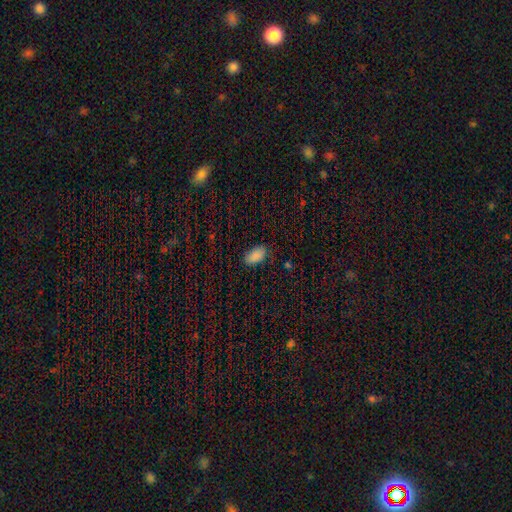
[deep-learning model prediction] smooth 87%, star or artifact 8%, featured or disk 4%. Down the decision tree: how rounded — in between (93%); merging — none (81%).